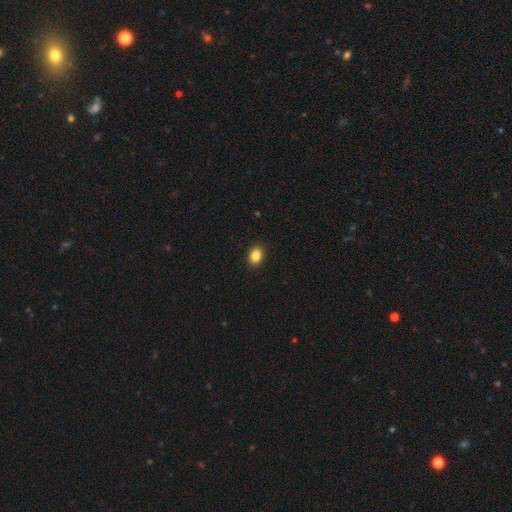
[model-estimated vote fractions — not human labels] The model was most divided on "how rounded": in between: 65%, round: 34%, cigar-shaped: 1%. More confident: merging — none (90%); smooth or featured — smooth (86%).